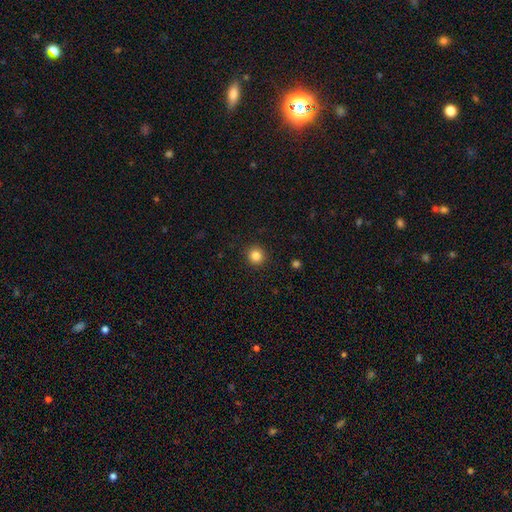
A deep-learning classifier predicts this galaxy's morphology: type=smooth (85%); roundness=round (94%); merging=none (92%).